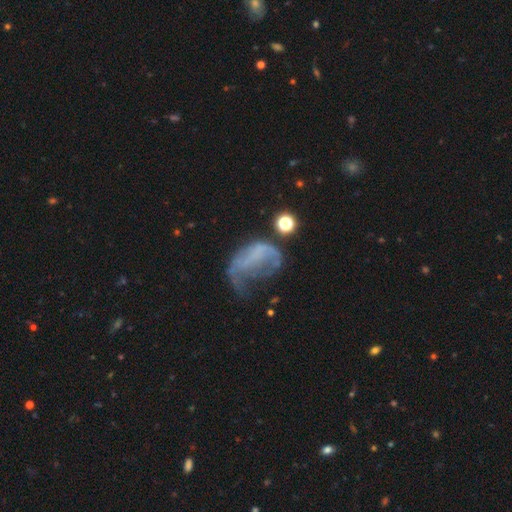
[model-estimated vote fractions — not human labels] Q: Smooth or featured?
A: featured or disk (53%); runner-up: smooth (31%)
Q: Edge-on disk?
A: no (97%); runner-up: yes (3%)
Q: Bar?
A: no (78%); runner-up: weak (14%)
Q: Spiral arms?
A: no (69%); runner-up: yes (31%)
Q: Bulge size?
A: none (79%); runner-up: small (12%)
Q: Merging?
A: major disturbance (54%); runner-up: minor disturbance (20%)